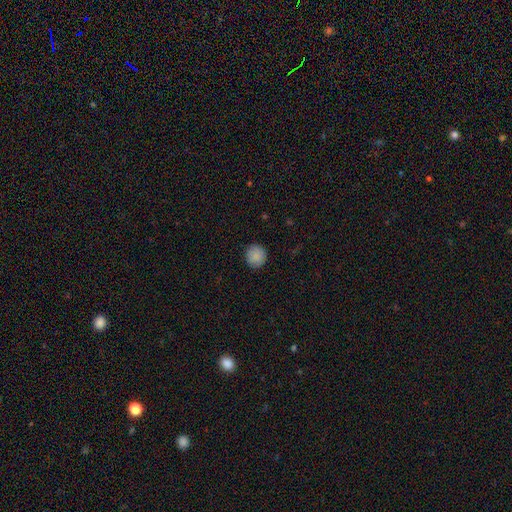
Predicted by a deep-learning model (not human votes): smooth 88%, star or artifact 8%, featured or disk 4%. Down the decision tree: how rounded — round (93%); merging — none (90%).